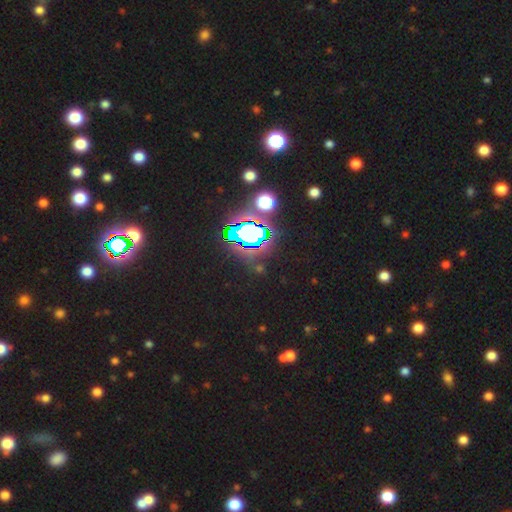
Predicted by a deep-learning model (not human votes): Q: Smooth or featured?
A: star or artifact (84%); runner-up: smooth (10%)